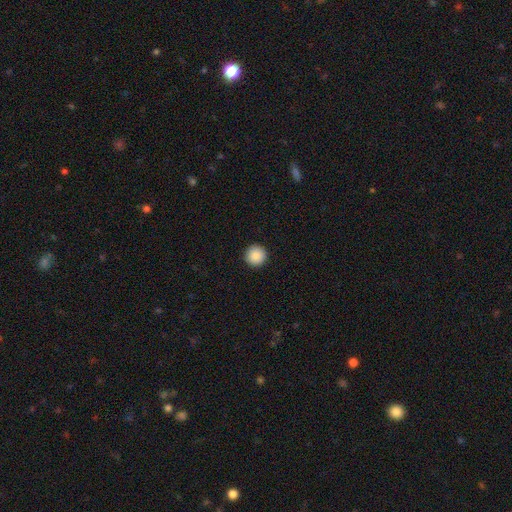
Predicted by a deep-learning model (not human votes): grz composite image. It shows a smooth galaxy with no disk features (89%) that is round (96%). Merging: none (94%).